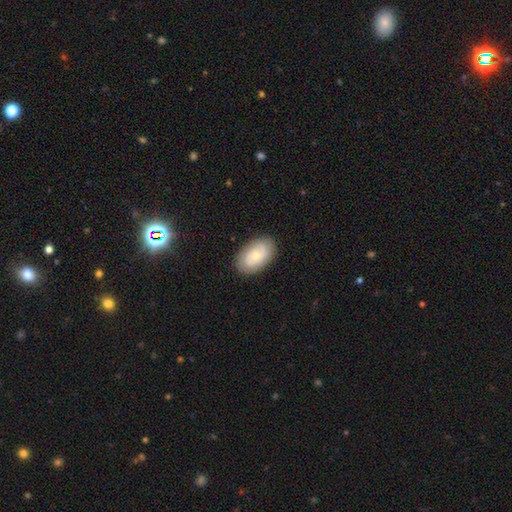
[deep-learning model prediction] The model was most divided on "smooth or featured": featured or disk: 50%, smooth: 44%, star or artifact: 6%. More confident: edge-on disk — no (95%); merging — none (84%).